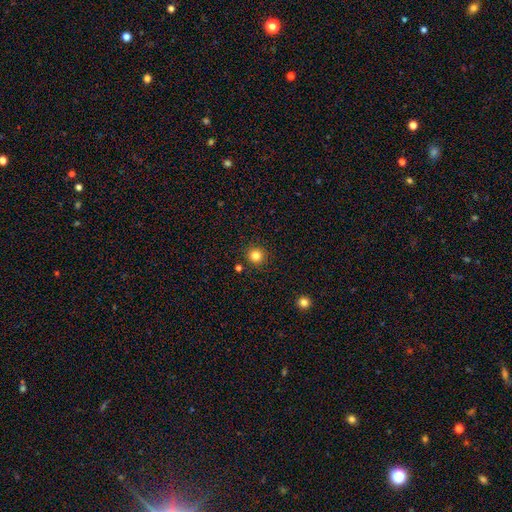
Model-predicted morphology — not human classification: Q: Smooth or featured?
A: smooth (83%); runner-up: star or artifact (12%)
Q: How rounded?
A: round (95%); runner-up: in between (4%)
Q: Merging?
A: none (89%); runner-up: minor disturbance (6%)